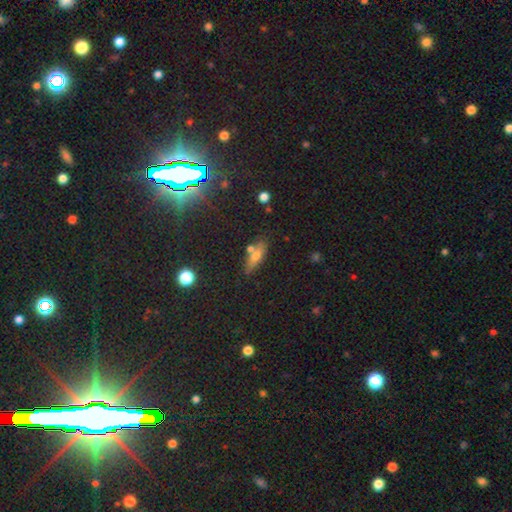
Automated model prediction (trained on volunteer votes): smooth_or_featured: smooth (p=0.60) [alt: featured or disk p=0.25]
how_rounded: in between (p=0.52) [alt: cigar-shaped p=0.43]
merging: none (p=0.71) [alt: minor disturbance p=0.14]